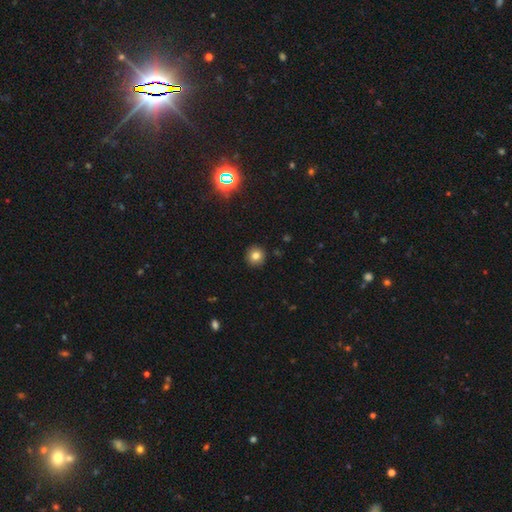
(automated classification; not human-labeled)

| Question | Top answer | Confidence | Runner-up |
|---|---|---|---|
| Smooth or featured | smooth | 80% | star or artifact (13%) |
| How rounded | round | 93% | in between (6%) |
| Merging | none | 92% | minor disturbance (6%) |